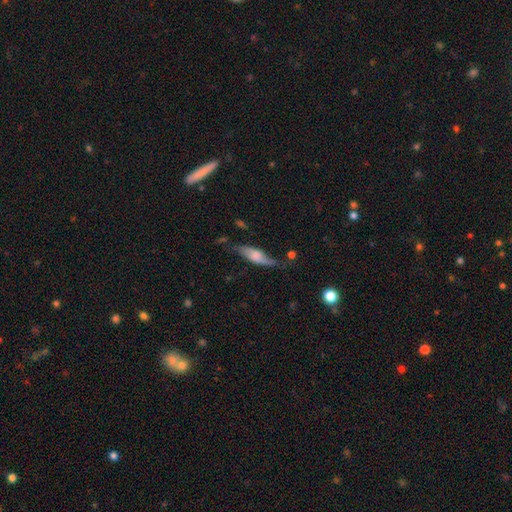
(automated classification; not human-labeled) Q: Smooth or featured?
A: featured or disk (48%); runner-up: smooth (45%)
Q: Merging?
A: none (49%); runner-up: minor disturbance (31%)